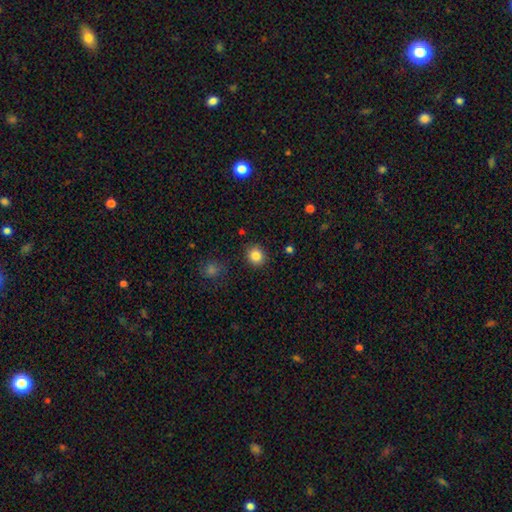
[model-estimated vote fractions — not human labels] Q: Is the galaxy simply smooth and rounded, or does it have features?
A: smooth — 85%.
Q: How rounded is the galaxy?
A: round — 77%.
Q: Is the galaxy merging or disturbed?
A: none — 88%.